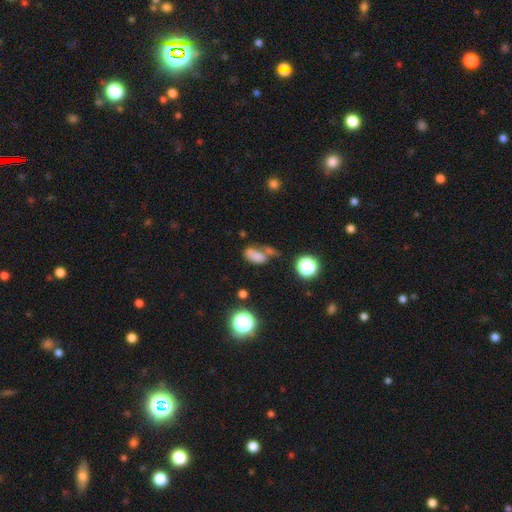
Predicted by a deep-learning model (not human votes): The model was most divided on "merging": none: 39%, merger: 32%, minor disturbance: 18%, major disturbance: 11%. More confident: how rounded — in between (86%); smooth or featured — smooth (74%).